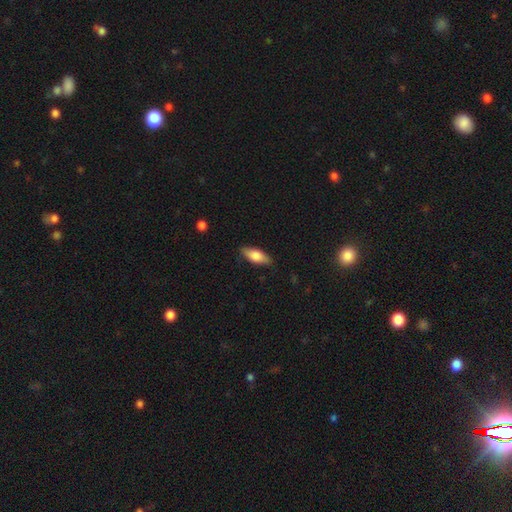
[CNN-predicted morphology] smooth-or-featured: smooth: 73% | featured or disk: 21% | star or artifact: 6%
  how-rounded: in between: 75% | cigar-shaped: 23% | round: 2%
  merging: none: 84% | minor disturbance: 12% | major disturbance: 2% | merger: 1%